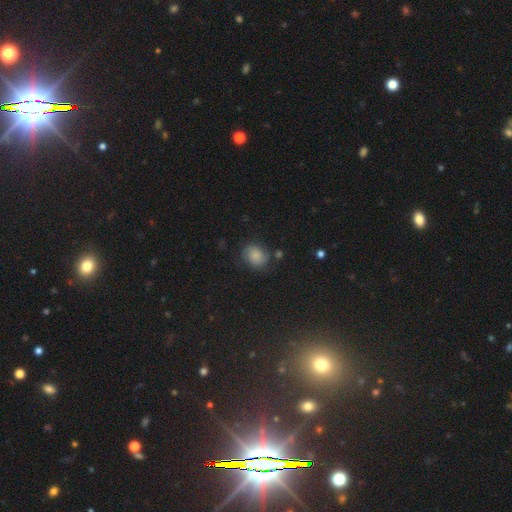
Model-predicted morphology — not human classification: A smooth galaxy with no disk features (67%) that is in between round and cigar-shaped (52%).

Vote fractions:
- Smooth or featured? smooth: 67% / featured or disk: 20% / star or artifact: 13%
- How rounded? in between: 52% / round: 46% / cigar-shaped: 1%
- Merging? none: 72% / minor disturbance: 18% / major disturbance: 7% / merger: 3%